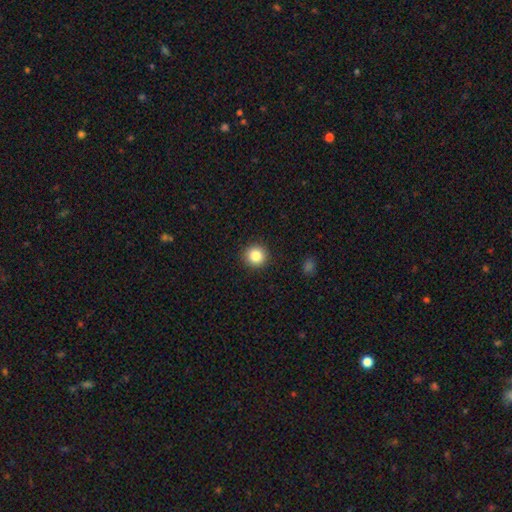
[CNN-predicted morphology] Smooth or featured: smooth — 85% (star or artifact — 10%)
How rounded: round — 94% (in between — 5%)
Merging: none — 92% (minor disturbance — 5%)